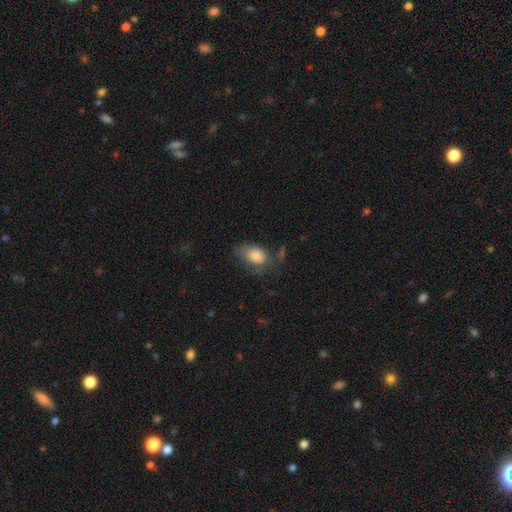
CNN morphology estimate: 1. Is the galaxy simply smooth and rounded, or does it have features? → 79% smooth, 13% featured or disk, 9% star or artifact.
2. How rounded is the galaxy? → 84% in between, 14% round, 2% cigar-shaped.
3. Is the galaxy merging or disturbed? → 41% none, 32% minor disturbance, 21% major disturbance, 5% merger.